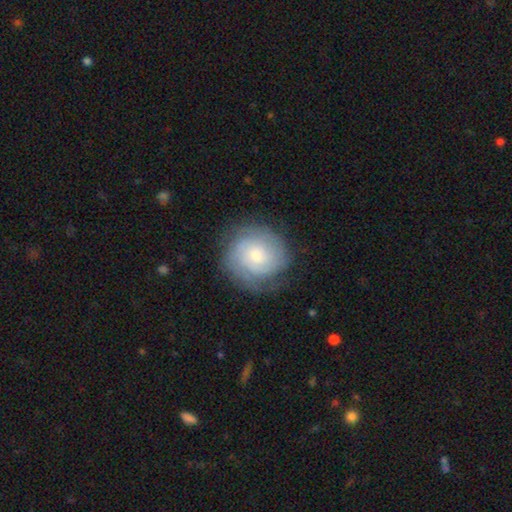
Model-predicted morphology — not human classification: This appears to be a featured or disk galaxy (68%) with no bar (74%), tight (72%) spiral arms (92%) and a small central bulge (48%). Merging: none (75%).